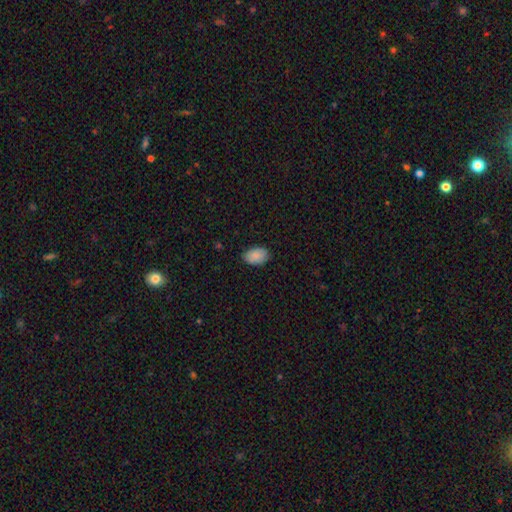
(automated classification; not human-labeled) smooth 88%, star or artifact 7%, featured or disk 5%. Down the decision tree: how rounded — in between (90%); merging — none (84%).